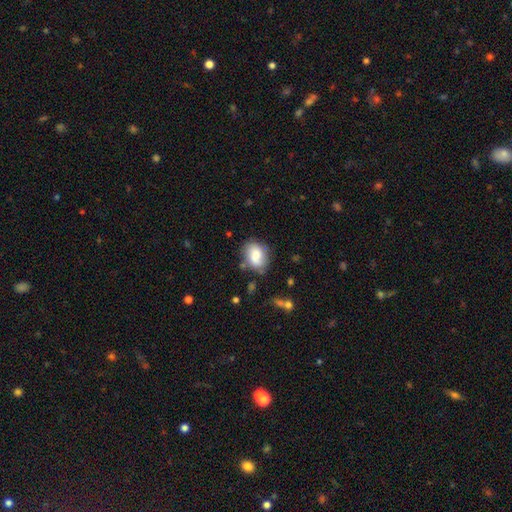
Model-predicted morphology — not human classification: Smooth or featured: smooth — 78% (featured or disk — 15%)
How rounded: in between — 73% (round — 26%)
Merging: none — 65% (minor disturbance — 23%)